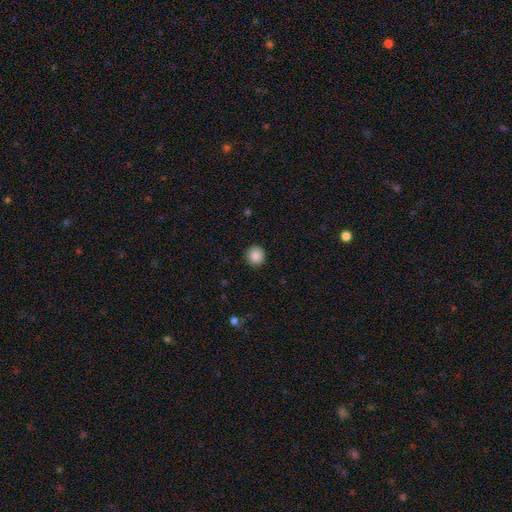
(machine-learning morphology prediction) Smooth or featured? smooth (88%)
How rounded? round (92%)
Merging? none (92%)